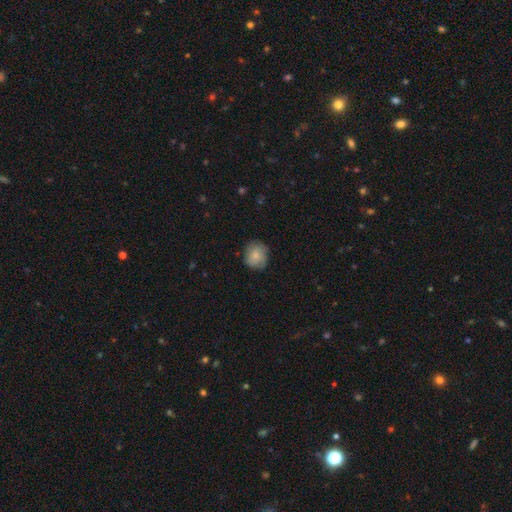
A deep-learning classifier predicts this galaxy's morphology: Smooth or featured? smooth (72%)
How rounded? round (77%)
Merging? none (71%)